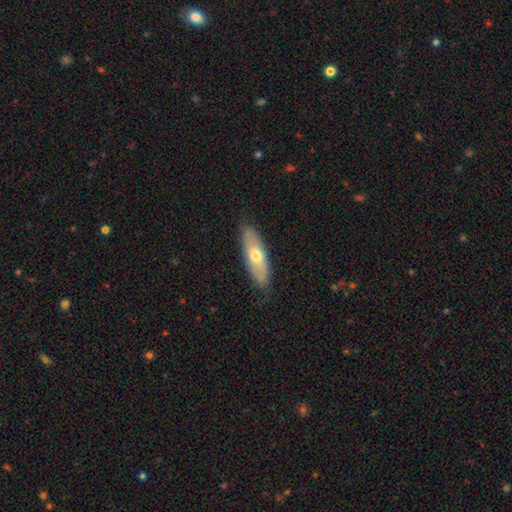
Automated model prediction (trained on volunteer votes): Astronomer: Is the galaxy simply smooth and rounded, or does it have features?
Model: smooth — 59% (runner-up: featured or disk, 35%).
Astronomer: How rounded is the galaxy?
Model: in between — 60% (runner-up: cigar-shaped, 37%).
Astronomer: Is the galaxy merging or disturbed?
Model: none — 80%.